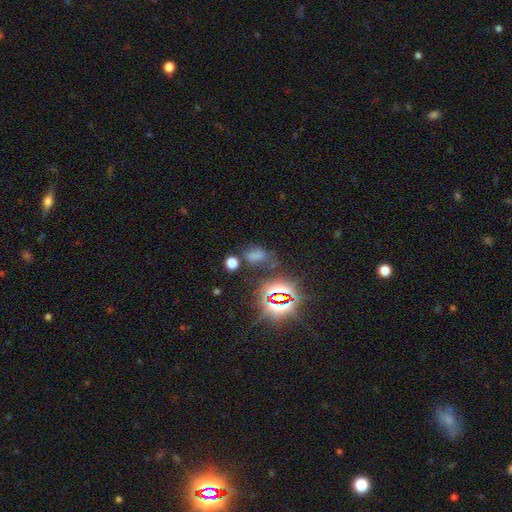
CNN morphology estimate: The model was most divided on "smooth or featured": smooth: 53%, star or artifact: 37%, featured or disk: 10%. Remaining: how rounded — in between (80%); merging — none (49%).